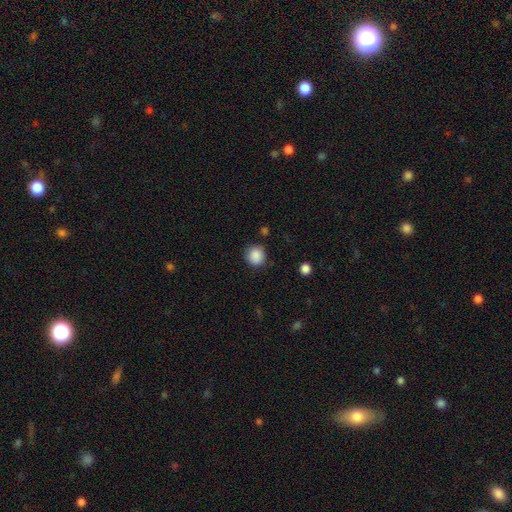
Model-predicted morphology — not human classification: Smooth or featured? smooth (88%)
How rounded? round (89%)
Merging? none (85%)